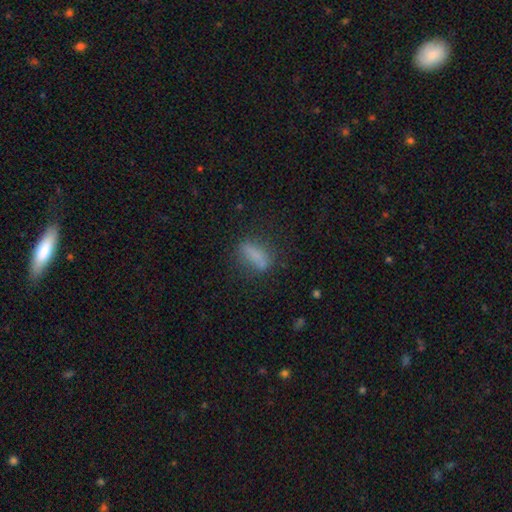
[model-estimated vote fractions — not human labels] smooth_or_featured: smooth (p=0.72) [alt: featured or disk p=0.18]
how_rounded: in between (p=0.49) [alt: cigar-shaped p=0.44]
merging: none (p=0.69) [alt: minor disturbance p=0.18]